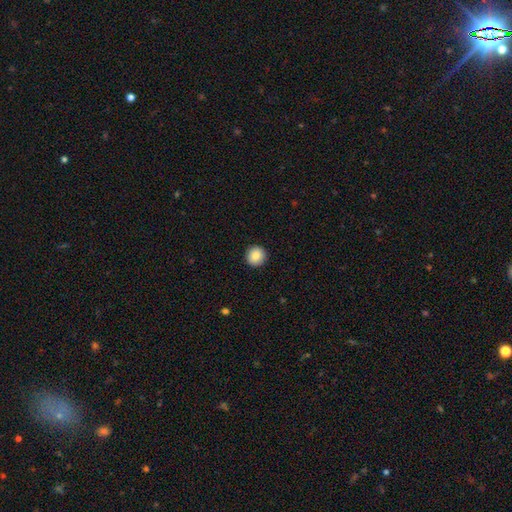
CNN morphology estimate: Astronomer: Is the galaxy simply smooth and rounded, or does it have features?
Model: smooth — 88%.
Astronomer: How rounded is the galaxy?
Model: round — 94%.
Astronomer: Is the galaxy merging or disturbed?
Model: none — 93%.